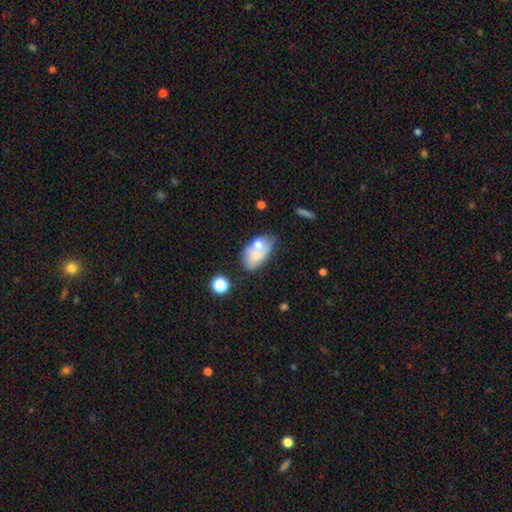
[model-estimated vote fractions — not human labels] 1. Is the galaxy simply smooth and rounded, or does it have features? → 61% smooth, 30% featured or disk, 9% star or artifact.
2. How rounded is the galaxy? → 85% in between, 13% round, 2% cigar-shaped.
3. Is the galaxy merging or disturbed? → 46% merger, 28% none, 17% minor disturbance, 9% major disturbance.